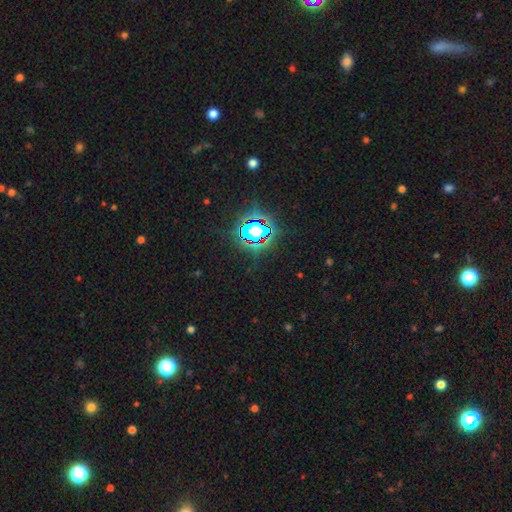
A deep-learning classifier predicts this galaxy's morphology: star or artifact 80%, smooth 12%, featured or disk 8%.